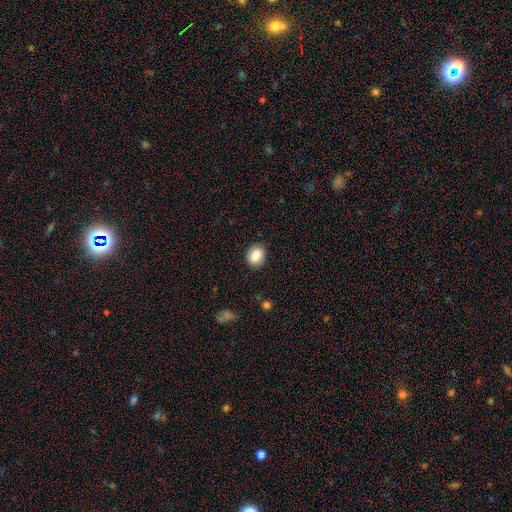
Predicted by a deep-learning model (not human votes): The model was most divided on "how rounded": round: 53%, in between: 46%, cigar-shaped: 1%. More confident: merging — none (88%); smooth or featured — smooth (84%).